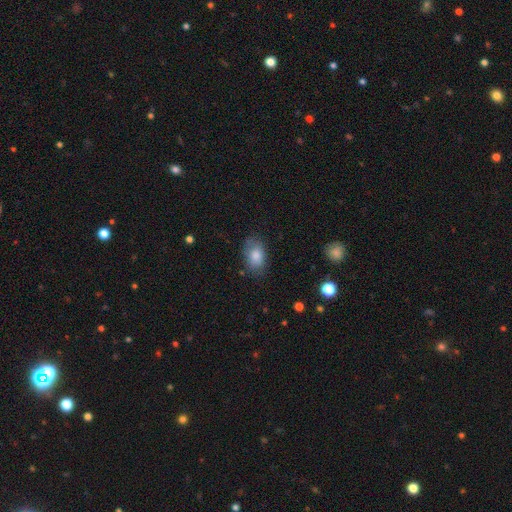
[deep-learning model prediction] The model was most divided on "merging": none: 74%, minor disturbance: 19%, major disturbance: 5%, merger: 2%. More confident: how rounded — in between (87%); smooth or featured — smooth (83%).